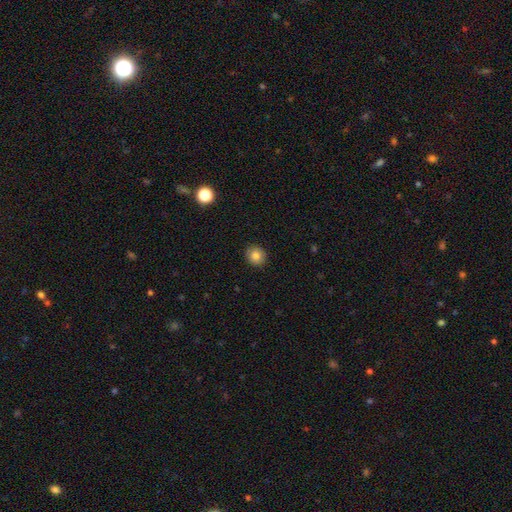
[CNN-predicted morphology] Smooth or featured? Predicted: smooth (p=0.83). How rounded? Predicted: round (p=0.87). Merging? Predicted: none (p=0.90).